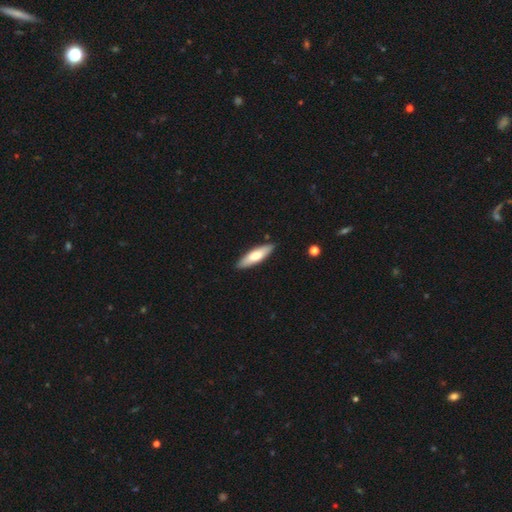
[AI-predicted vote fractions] Q: Smooth or featured?
A: smooth (68%); runner-up: featured or disk (27%)
Q: How rounded?
A: cigar-shaped (59%); runner-up: in between (40%)
Q: Merging?
A: none (88%); runner-up: minor disturbance (9%)